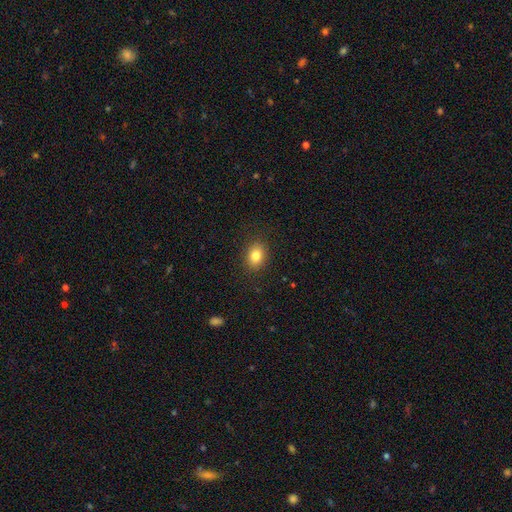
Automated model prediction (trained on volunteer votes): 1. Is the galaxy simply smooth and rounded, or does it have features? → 82% smooth, 10% star or artifact, 8% featured or disk.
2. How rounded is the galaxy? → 67% in between, 32% round, 1% cigar-shaped.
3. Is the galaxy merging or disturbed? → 88% none, 9% minor disturbance, 3% major disturbance, 1% merger.